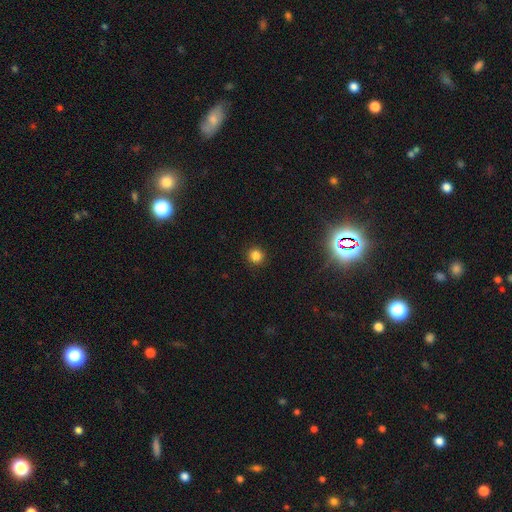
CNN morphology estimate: smooth_or_featured: smooth (p=0.83) [alt: star or artifact p=0.13]
how_rounded: round (p=0.94) [alt: in between p=0.05]
merging: none (p=0.92) [alt: minor disturbance p=0.05]